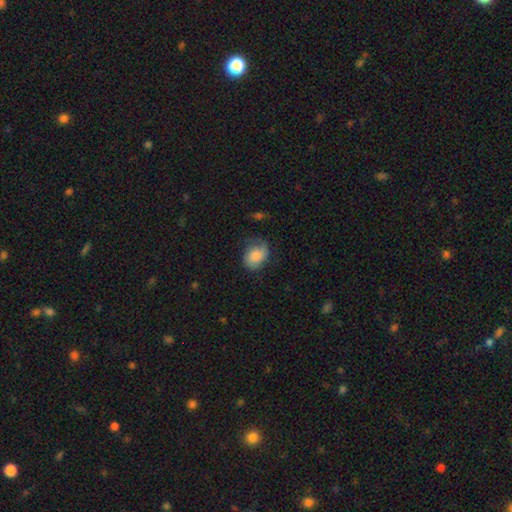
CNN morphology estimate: This is likely a smooth galaxy (77%). How rounded: likely in between (72%). Merging: possibly none (60%).